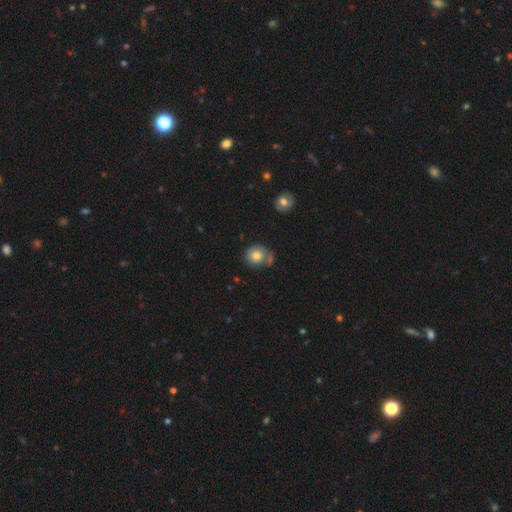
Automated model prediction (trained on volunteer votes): Smooth or featured?
  - smooth: 77% *
  - featured or disk: 15%
  - star or artifact: 8%
How rounded?
  - round: 75% *
  - in between: 24%
  - cigar-shaped: 1%
Merging?
  - none: 53% *
  - minor disturbance: 22%
  - merger: 15%
  - major disturbance: 10%